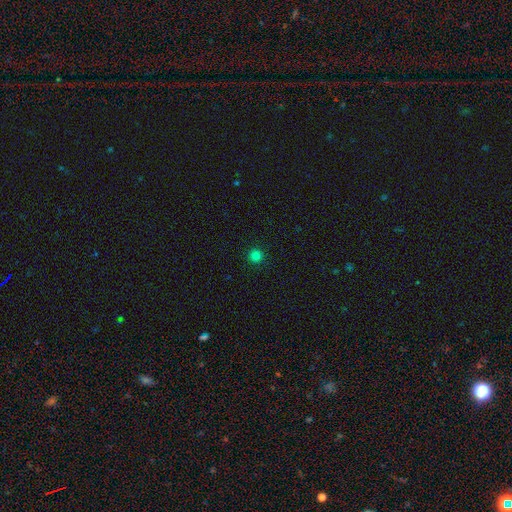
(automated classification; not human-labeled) smooth 81%, star or artifact 16%, featured or disk 3%. Down the decision tree: how rounded — round (96%); merging — none (93%).